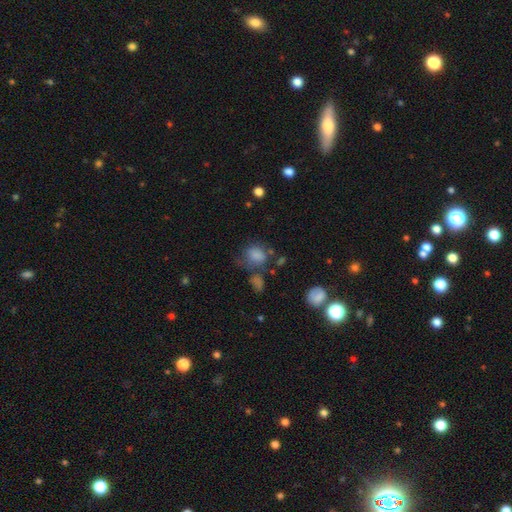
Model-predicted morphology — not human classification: Smooth or featured?
  - smooth: 68% *
  - star or artifact: 18%
  - featured or disk: 14%
How rounded?
  - round: 66% *
  - in between: 32%
  - cigar-shaped: 1%
Merging?
  - none: 51% *
  - minor disturbance: 20%
  - major disturbance: 15%
  - merger: 14%